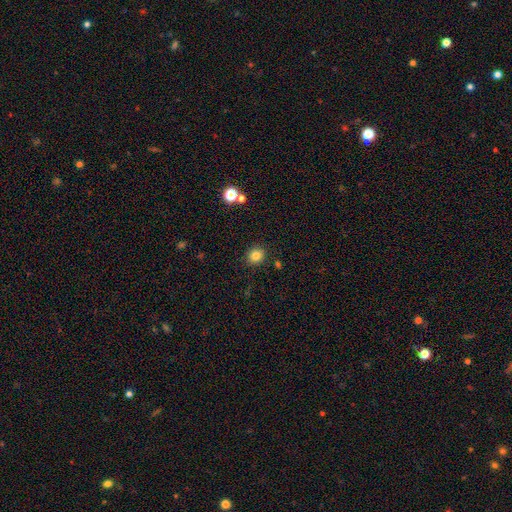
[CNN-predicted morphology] The model was most divided on "how rounded": round: 79%, in between: 20%, cigar-shaped: 1%. More confident: merging — none (88%); smooth or featured — smooth (82%).